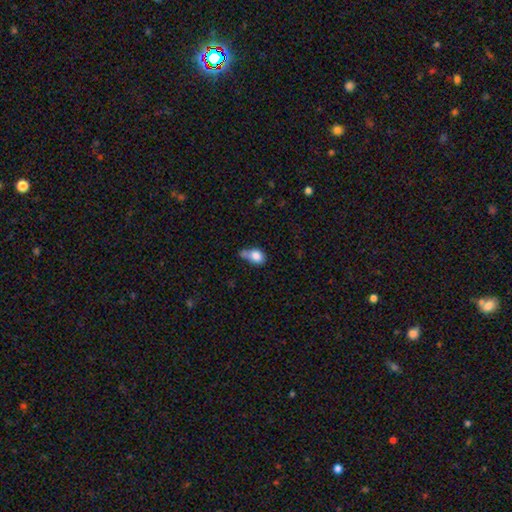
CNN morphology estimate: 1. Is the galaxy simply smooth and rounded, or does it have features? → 81% smooth, 10% featured or disk, 9% star or artifact.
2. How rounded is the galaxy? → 58% in between, 40% round, 2% cigar-shaped.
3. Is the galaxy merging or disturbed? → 32% none, 30% minor disturbance, 25% merger, 13% major disturbance.